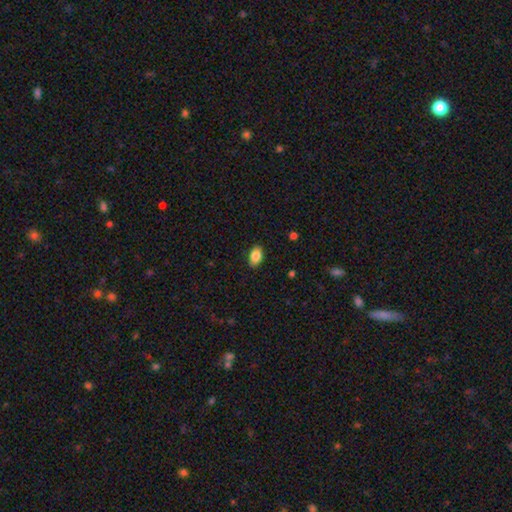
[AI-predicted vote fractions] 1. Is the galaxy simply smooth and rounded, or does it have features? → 86% smooth, 8% star or artifact, 6% featured or disk.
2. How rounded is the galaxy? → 89% in between, 9% round, 2% cigar-shaped.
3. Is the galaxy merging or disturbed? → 87% none, 10% minor disturbance, 2% major disturbance, 1% merger.